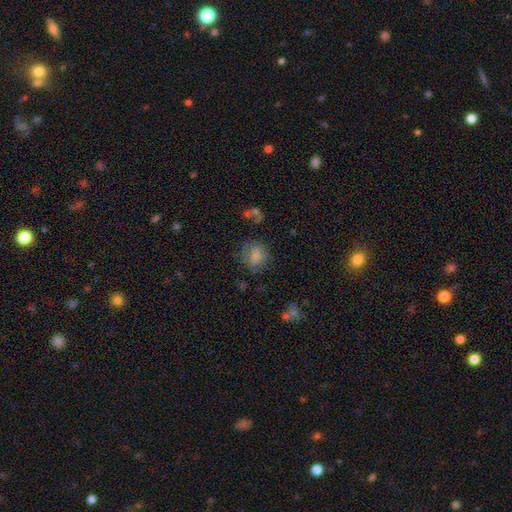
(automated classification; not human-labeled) Smooth or featured? smooth (79%)
How rounded? round (71%)
Merging? none (71%)